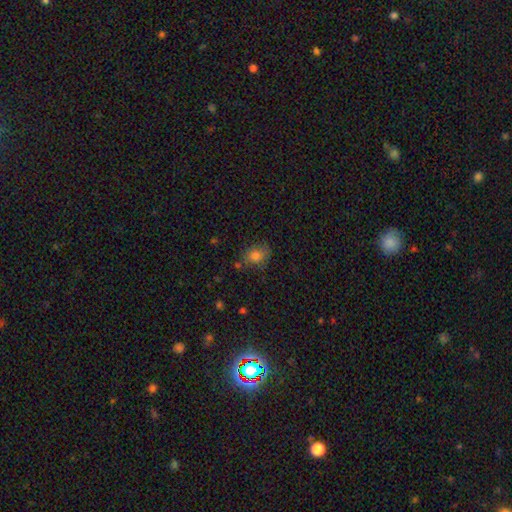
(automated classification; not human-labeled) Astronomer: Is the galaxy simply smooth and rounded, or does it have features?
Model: smooth — 76%.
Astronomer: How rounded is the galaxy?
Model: in between — 50% (runner-up: round, 49%).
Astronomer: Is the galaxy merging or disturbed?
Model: none — 66%.